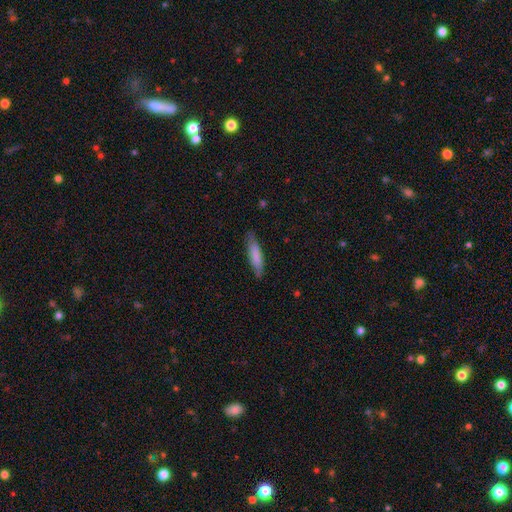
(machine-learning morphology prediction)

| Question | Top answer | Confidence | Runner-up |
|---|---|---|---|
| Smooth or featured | smooth | 76% | featured or disk (19%) |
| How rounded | cigar-shaped | 77% | in between (21%) |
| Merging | none | 79% | minor disturbance (17%) |